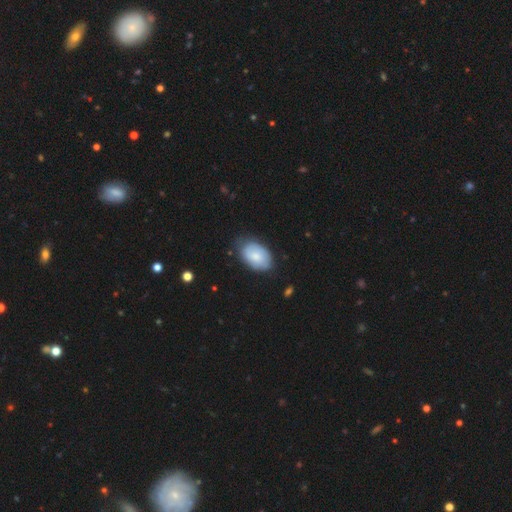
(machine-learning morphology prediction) Smooth or featured? smooth (74%)
How rounded? in between (91%)
Merging? none (73%)